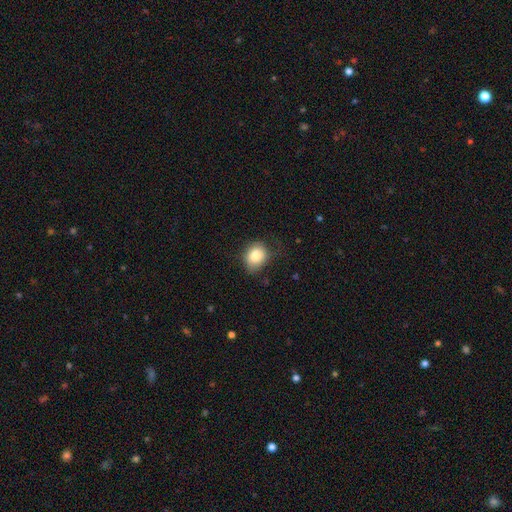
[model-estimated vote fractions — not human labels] Smooth or featured?
  - smooth: 81% *
  - featured or disk: 10%
  - star or artifact: 9%
How rounded?
  - round: 62% *
  - in between: 37%
  - cigar-shaped: 1%
Merging?
  - none: 65% *
  - minor disturbance: 26%
  - major disturbance: 8%
  - merger: 1%